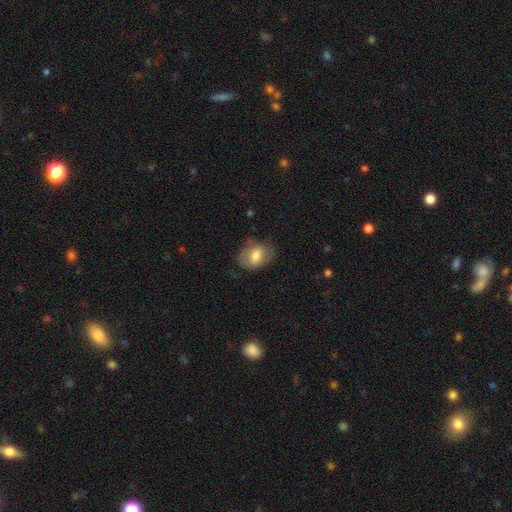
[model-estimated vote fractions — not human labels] smooth 71%, featured or disk 21%, star or artifact 7%. Down the decision tree: how rounded — in between (72%); merging — none (68%).